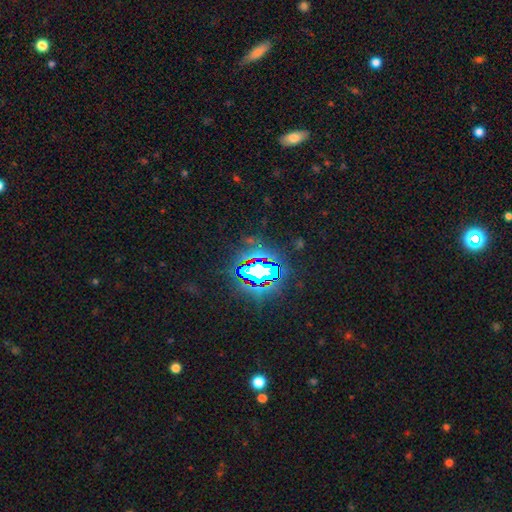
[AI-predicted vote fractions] Overall: star or artifact (84%).